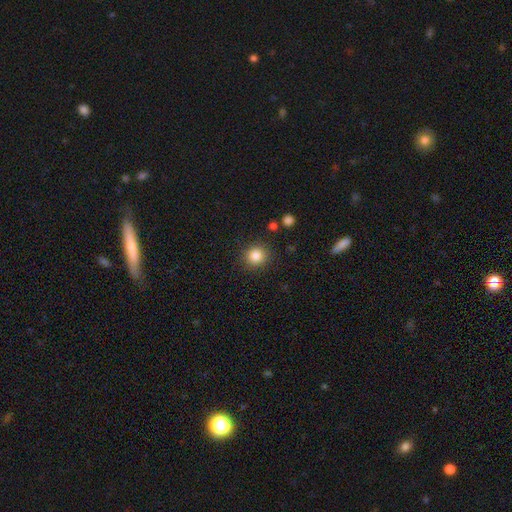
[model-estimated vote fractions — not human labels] This appears to be a smooth galaxy with no disk features (85%) that is round (91%). Merging: none (89%).